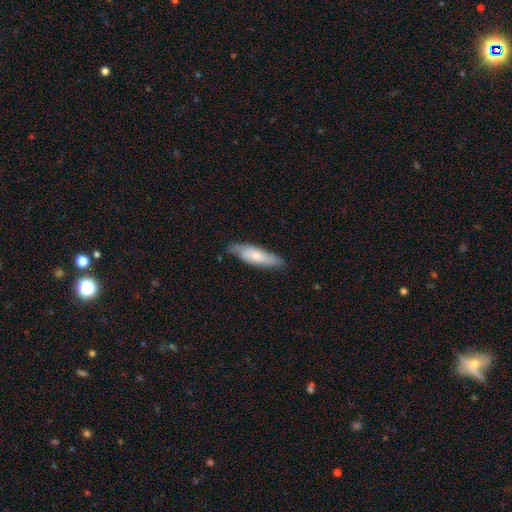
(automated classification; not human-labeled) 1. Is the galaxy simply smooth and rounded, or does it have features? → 63% smooth, 31% featured or disk, 6% star or artifact.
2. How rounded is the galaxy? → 55% cigar-shaped, 43% in between, 2% round.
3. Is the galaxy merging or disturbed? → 75% none, 20% minor disturbance, 3% major disturbance, 1% merger.